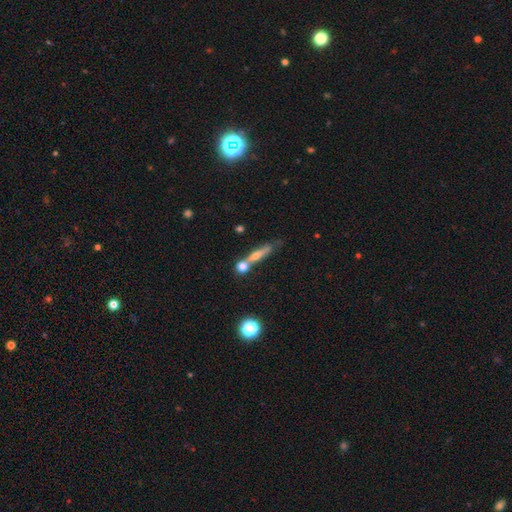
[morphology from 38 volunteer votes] This appears to be a featured or disk galaxy (74%) viewed edge-on (96%) with a rounded central bulge (85%). Merging: none (64%).